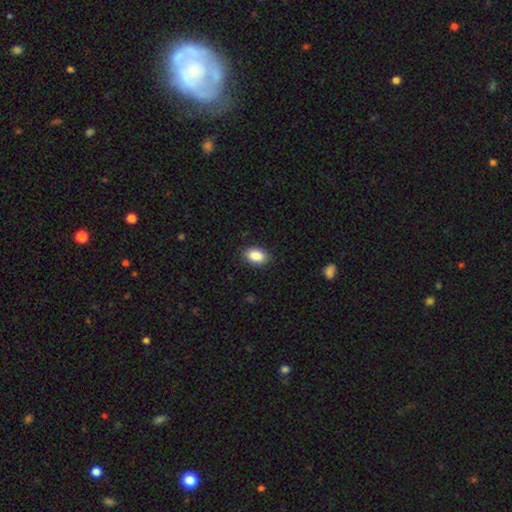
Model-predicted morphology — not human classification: A smooth galaxy with no disk features (89%) that is in between round and cigar-shaped (89%).

Vote fractions:
- Smooth or featured? smooth: 89% / star or artifact: 7% / featured or disk: 4%
- How rounded? in between: 89% / round: 10% / cigar-shaped: 1%
- Merging? none: 88% / minor disturbance: 9% / major disturbance: 2% / merger: 1%